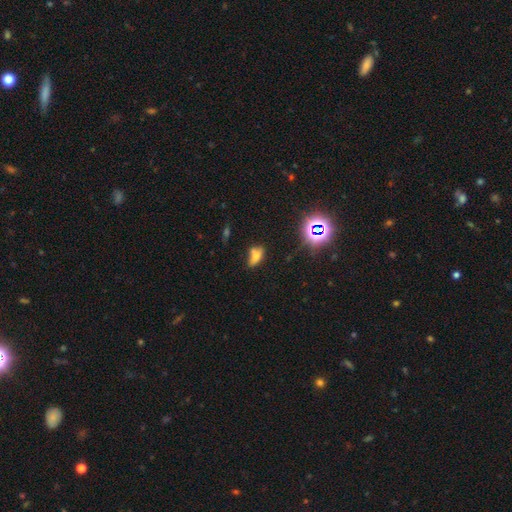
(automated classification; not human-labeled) Overall: smooth (60%; star or artifact 22%). How rounded: in between (81%). Merging: none (43%; minor disturbance 24%).